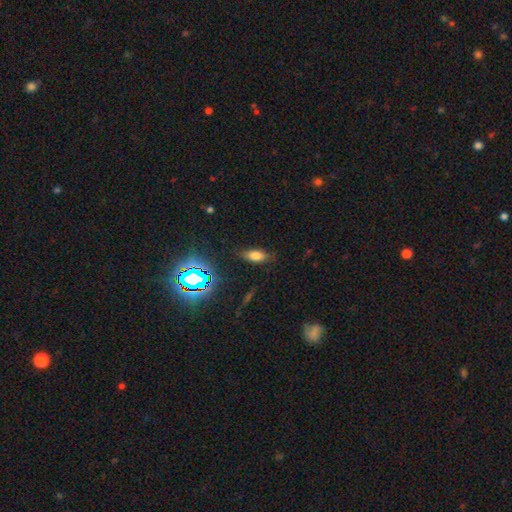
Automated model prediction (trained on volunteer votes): Smooth or featured?
  - smooth: 69% *
  - star or artifact: 18%
  - featured or disk: 13%
How rounded?
  - in between: 80% *
  - cigar-shaped: 15%
  - round: 6%
Merging?
  - none: 81% *
  - minor disturbance: 14%
  - major disturbance: 4%
  - merger: 2%